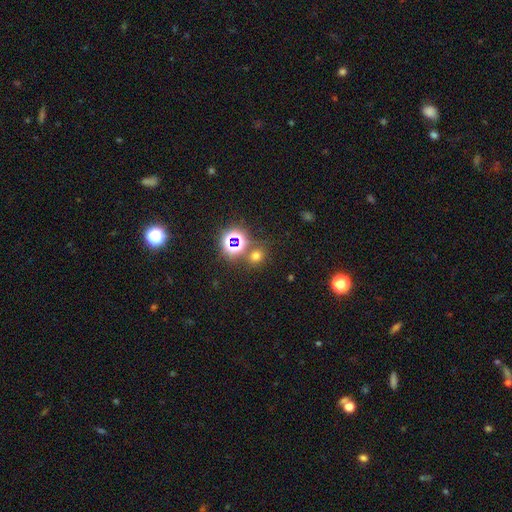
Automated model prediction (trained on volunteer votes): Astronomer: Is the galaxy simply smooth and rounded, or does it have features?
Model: smooth — 58% (runner-up: star or artifact, 35%).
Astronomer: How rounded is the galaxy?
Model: round — 74%.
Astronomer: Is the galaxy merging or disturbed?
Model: none — 76%.